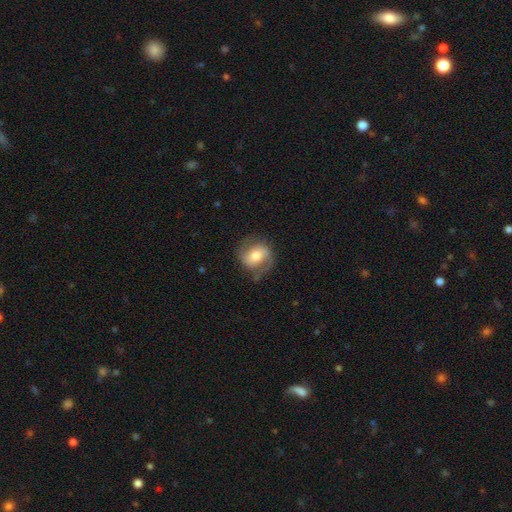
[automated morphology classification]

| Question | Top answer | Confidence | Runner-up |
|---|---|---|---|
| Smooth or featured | featured or disk | 61% | smooth (32%) |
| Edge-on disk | no | 97% | yes (3%) |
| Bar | no | 40% | weak (38%) |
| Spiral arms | yes | 86% | no (14%) |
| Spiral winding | medium | 48% | loose (26%) |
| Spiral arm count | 2 | 85% | can't tell (7%) |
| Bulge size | moderate | 61% | small (19%) |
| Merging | none | 69% | minor disturbance (20%) |